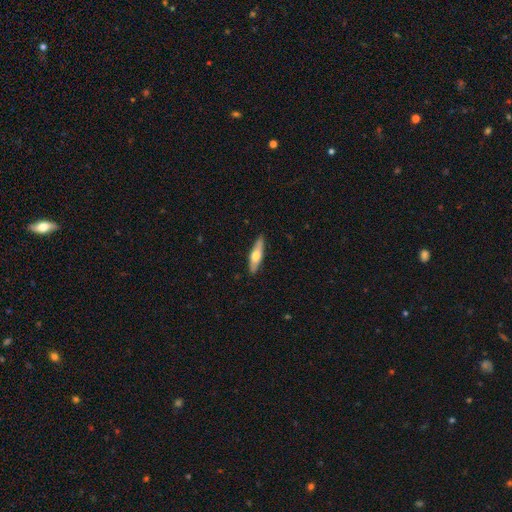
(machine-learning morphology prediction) This is possibly a smooth galaxy (54%). How rounded: likely cigar-shaped (67%). Merging: clearly none (88%).